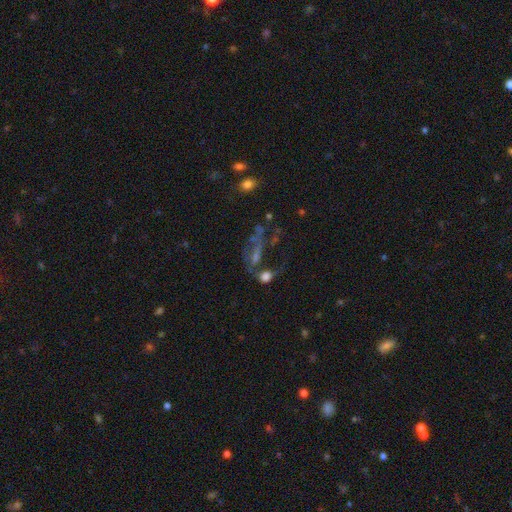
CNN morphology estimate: A featured or disk galaxy (49%). Merging: major disturbance (32%).